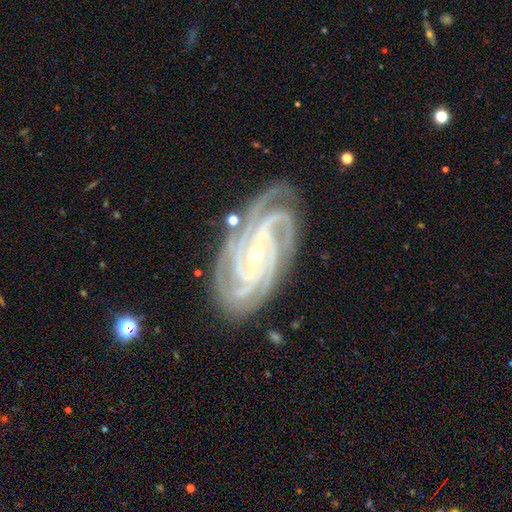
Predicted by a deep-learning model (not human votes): Morphology: type=featured or disk (94%); edge-on=no (97%); bar=weak (35%, tied with no); spiral arms=yes (99%); winding=tight (74%); arm count=4 (42%); bulge=small (52%); merging=none (79%).